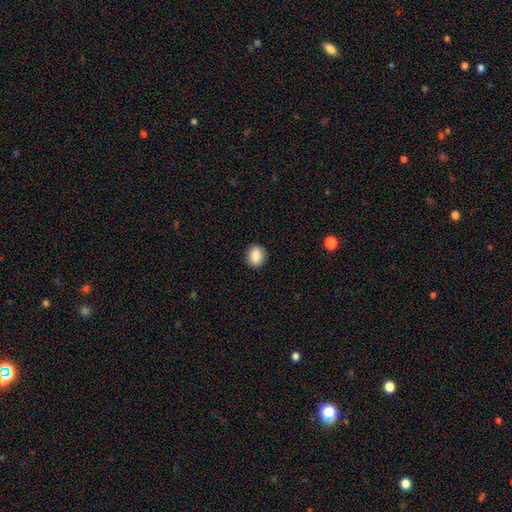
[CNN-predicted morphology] Smooth or featured: smooth — 86% (star or artifact — 8%)
How rounded: round — 57% (in between — 42%)
Merging: none — 91% (minor disturbance — 6%)